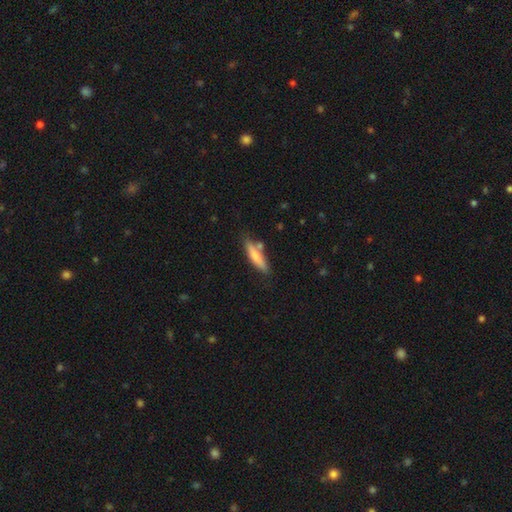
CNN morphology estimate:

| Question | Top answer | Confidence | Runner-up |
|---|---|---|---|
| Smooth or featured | smooth | 70% | featured or disk (24%) |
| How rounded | cigar-shaped | 77% | in between (21%) |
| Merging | none | 72% | minor disturbance (15%) |